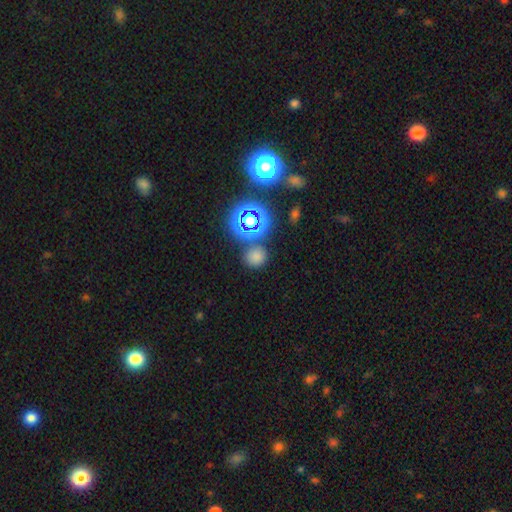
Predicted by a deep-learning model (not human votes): Smooth or featured? smooth (65%)
How rounded? round (84%)
Merging? none (76%)